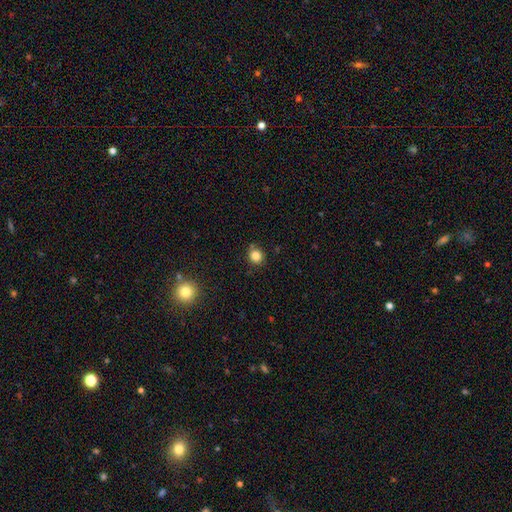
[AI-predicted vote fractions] Smooth or featured?
  - smooth: 83% *
  - star or artifact: 13%
  - featured or disk: 5%
How rounded?
  - round: 88% *
  - in between: 12%
  - cigar-shaped: 1%
Merging?
  - none: 82% *
  - minor disturbance: 11%
  - merger: 4%
  - major disturbance: 3%